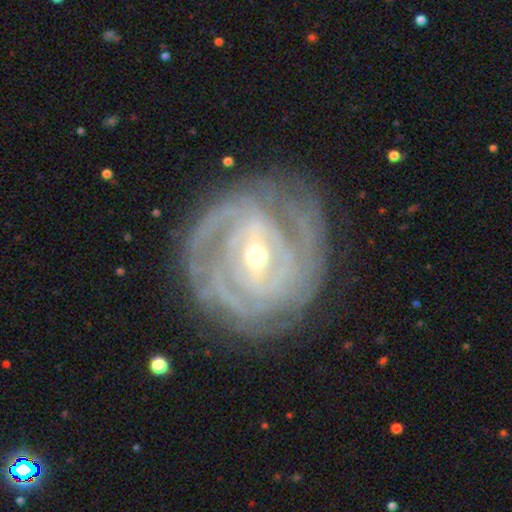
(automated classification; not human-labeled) Smooth or featured?
  - featured or disk: 89% *
  - smooth: 6%
  - star or artifact: 5%
Edge-on disk?
  - no: 96% *
  - yes: 4%
Bar?
  - weak: 44% *
  - strong: 36%
  - no: 20%
Spiral arms?
  - yes: 95% *
  - no: 5%
Spiral winding?
  - tight: 77% *
  - medium: 19%
  - loose: 4%
Spiral arm count?
  - can't tell: 29% *
  - 2: 24%
  - 3: 20%
  - 4: 13%
  - more than 4: 7%
  - 1: 6%
Bulge size?
  - small: 48% * (tied)
  - moderate: 48% * (tied)
  - large: 2%
  - none: 1%
  - dominant: 1%
Merging?
  - none: 78% *
  - minor disturbance: 15%
  - major disturbance: 6%
  - merger: 1%